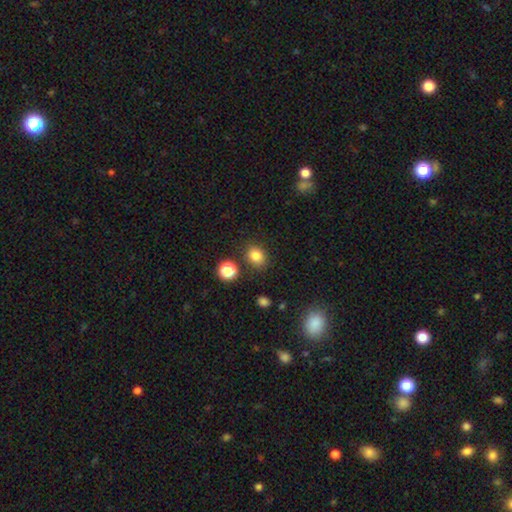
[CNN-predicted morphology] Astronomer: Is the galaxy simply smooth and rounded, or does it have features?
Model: smooth — 82%.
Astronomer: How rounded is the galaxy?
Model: round — 56% (runner-up: in between, 44%).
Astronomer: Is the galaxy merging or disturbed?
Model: none — 82%.